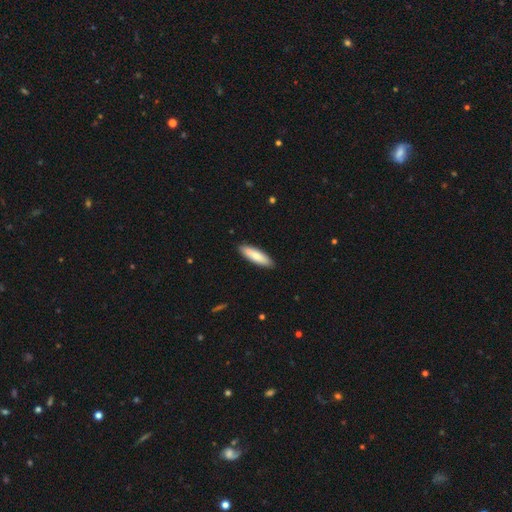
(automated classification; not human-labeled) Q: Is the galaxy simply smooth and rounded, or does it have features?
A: smooth — 79%.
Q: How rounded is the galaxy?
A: cigar-shaped — 61%.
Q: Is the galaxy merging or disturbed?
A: none — 88%.